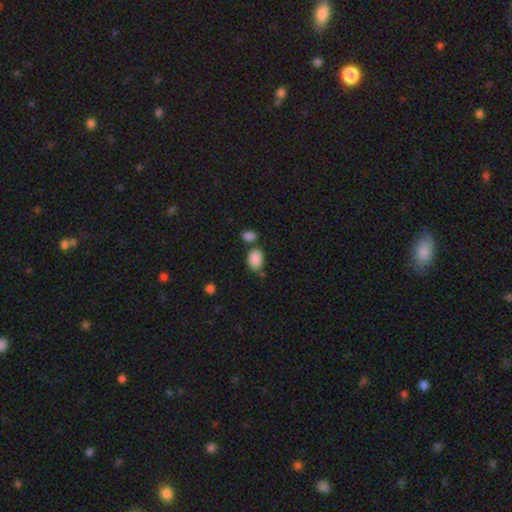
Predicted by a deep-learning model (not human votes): Overall: smooth (87%). How rounded: in between (76%). Merging: none (59%; merger 21%).